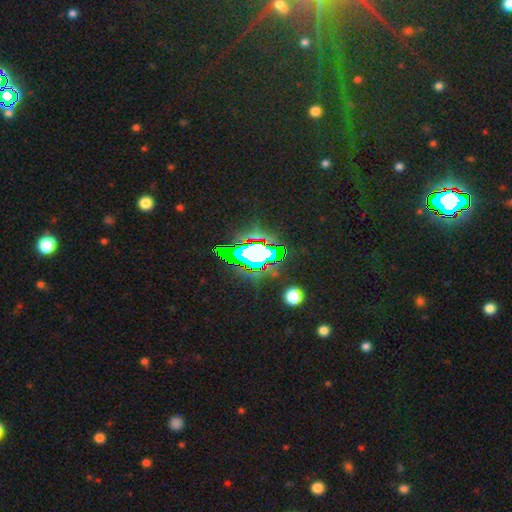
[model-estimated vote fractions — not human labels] star or artifact 63%, smooth 19%, featured or disk 18%.